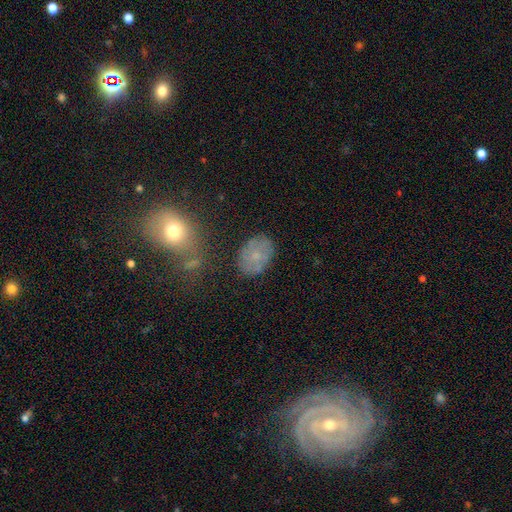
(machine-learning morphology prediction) Smooth or featured?
  - smooth: 60% *
  - featured or disk: 29%
  - star or artifact: 11%
How rounded?
  - in between: 79% *
  - round: 20%
  - cigar-shaped: 1%
Merging?
  - none: 69% *
  - minor disturbance: 19%
  - major disturbance: 7%
  - merger: 5%